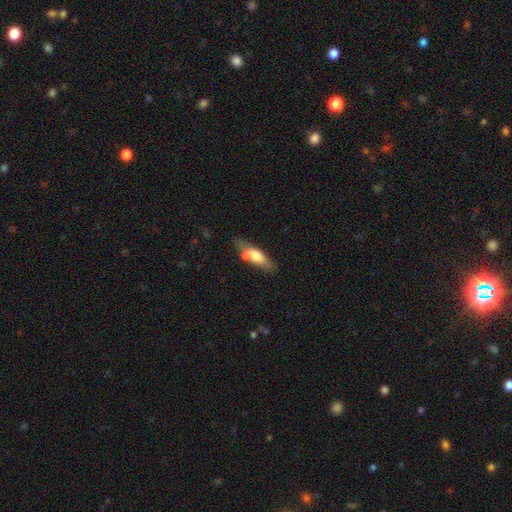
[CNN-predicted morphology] Smooth or featured? smooth (58%)
How rounded? in between (53%)
Merging? none (55%)